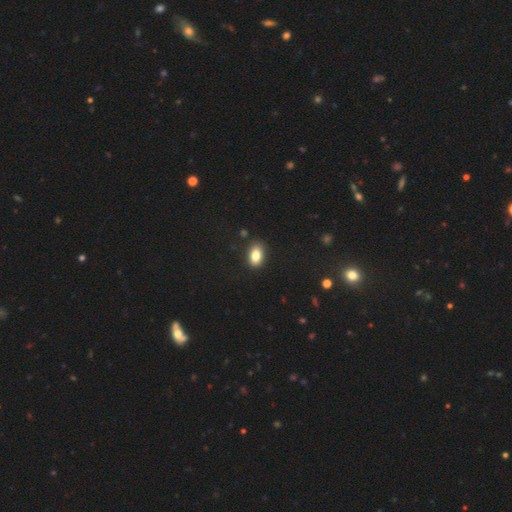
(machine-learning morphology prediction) Smooth or featured? Predicted: smooth (p=0.84). How rounded? Predicted: in between (p=0.88). Merging? Predicted: none (p=0.85).